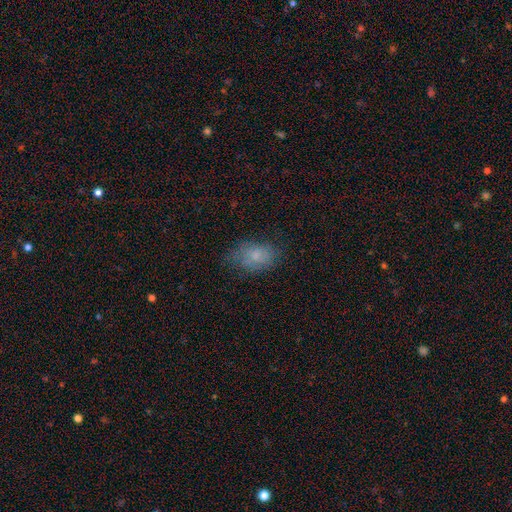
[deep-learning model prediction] Overall: smooth (75%). How rounded: in between (87%). Merging: none (66%).